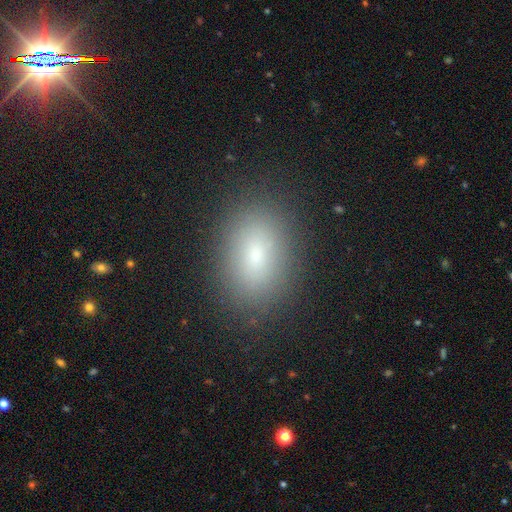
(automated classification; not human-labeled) This is likely a smooth galaxy (76%). How rounded: clearly in between (81%). Merging: clearly none (85%).